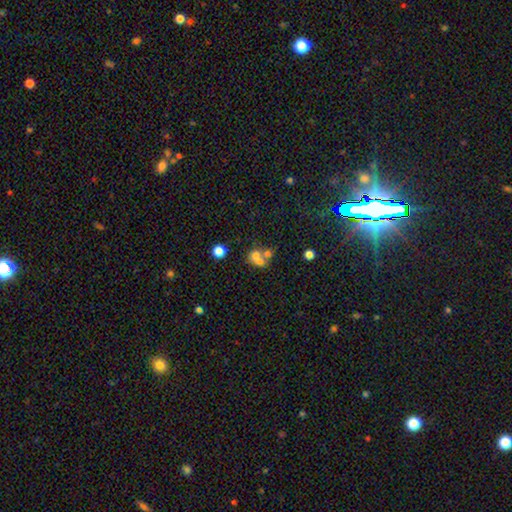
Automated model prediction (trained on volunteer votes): Q: Smooth or featured?
A: smooth (61%); runner-up: featured or disk (24%)
Q: How rounded?
A: round (73%); runner-up: in between (26%)
Q: Merging?
A: merger (58%); runner-up: none (30%)